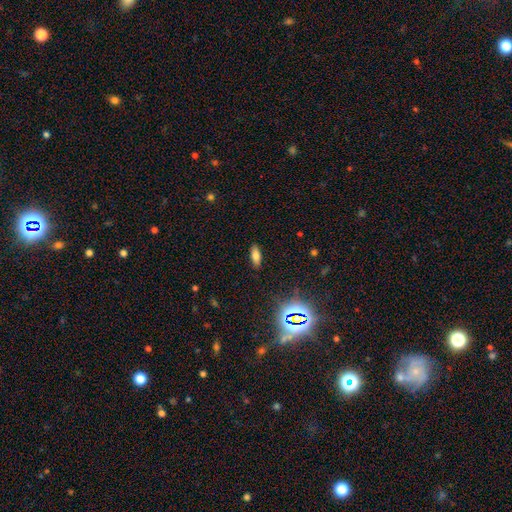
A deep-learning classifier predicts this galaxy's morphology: A smooth galaxy with no disk features (73%) that is in between round and cigar-shaped (73%). Merging: none (88%).